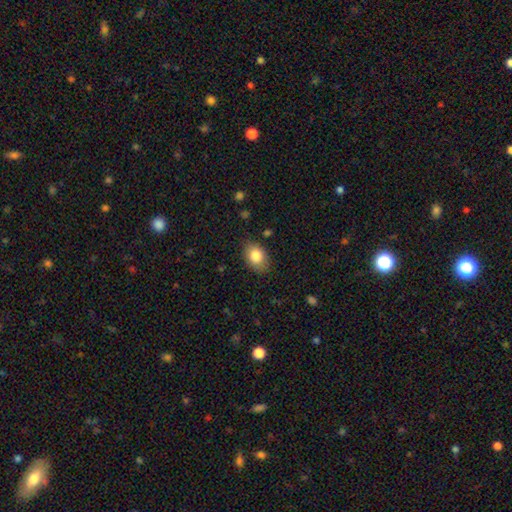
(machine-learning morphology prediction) smooth 82%, featured or disk 10%, star or artifact 8%. Down the decision tree: how rounded — in between (80%); merging — none (82%).